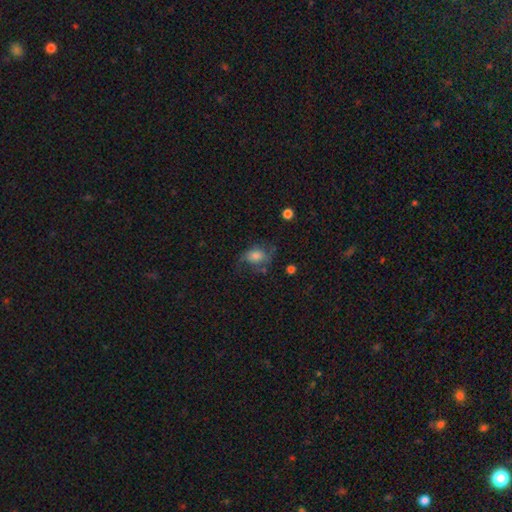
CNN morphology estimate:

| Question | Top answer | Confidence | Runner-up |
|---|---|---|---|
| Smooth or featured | smooth | 54% | featured or disk (35%) |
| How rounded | in between | 71% | round (27%) |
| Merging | none | 47% | minor disturbance (26%) |